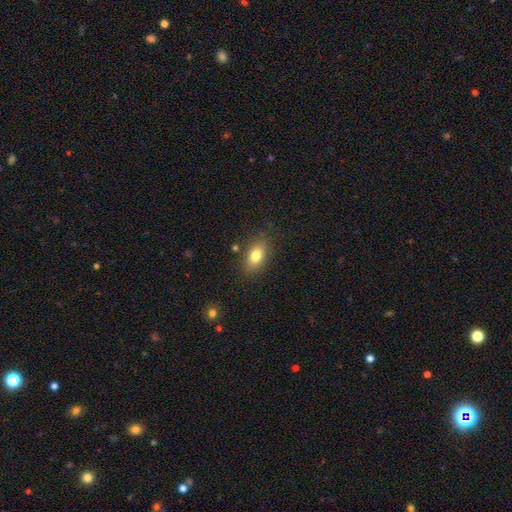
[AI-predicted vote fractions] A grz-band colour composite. It shows a smooth galaxy with no disk features (80%) that is in between round and cigar-shaped (84%). Merging: none (78%).